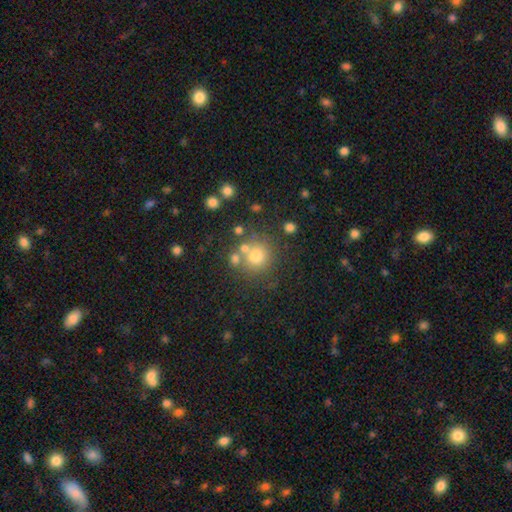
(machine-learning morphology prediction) smooth-or-featured: smooth: 73% | star or artifact: 16% | featured or disk: 11%
  how-rounded: round: 91% | in between: 8% | cigar-shaped: 1%
  merging: none: 70% | merger: 15% | minor disturbance: 10% | major disturbance: 5%